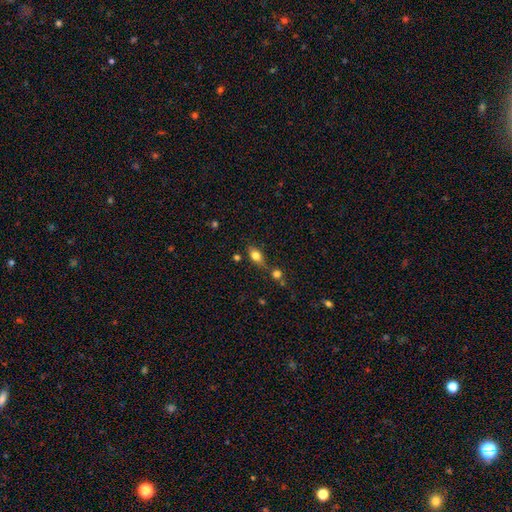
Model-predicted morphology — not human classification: A smooth galaxy with no disk features (74%) that is in between round and cigar-shaped (77%).

Vote fractions:
- Smooth or featured? smooth: 74% / featured or disk: 16% / star or artifact: 10%
- How rounded? in between: 77% / round: 14% / cigar-shaped: 9%
- Merging? none: 58% / merger: 19% / minor disturbance: 17% / major disturbance: 6%